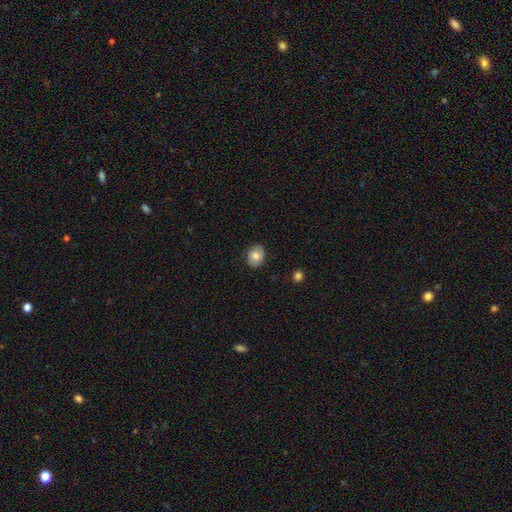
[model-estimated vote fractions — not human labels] A smooth galaxy with no disk features (76%) that is in between round and cigar-shaped (52%). Merging: none (85%).